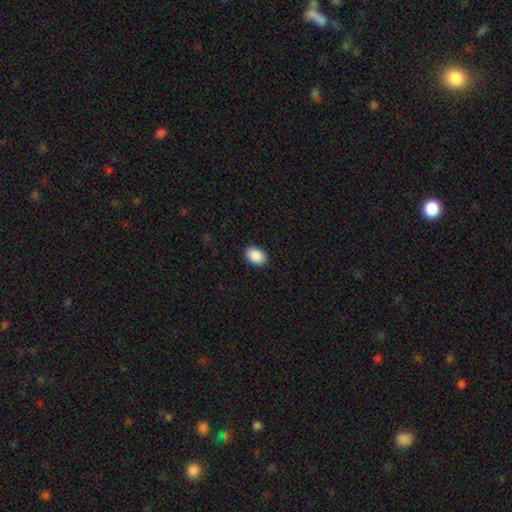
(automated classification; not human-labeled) smooth_or_featured: smooth (p=0.90) [alt: star or artifact p=0.07]
how_rounded: in between (p=0.79) [alt: round p=0.21]
merging: none (p=0.89) [alt: minor disturbance p=0.08]